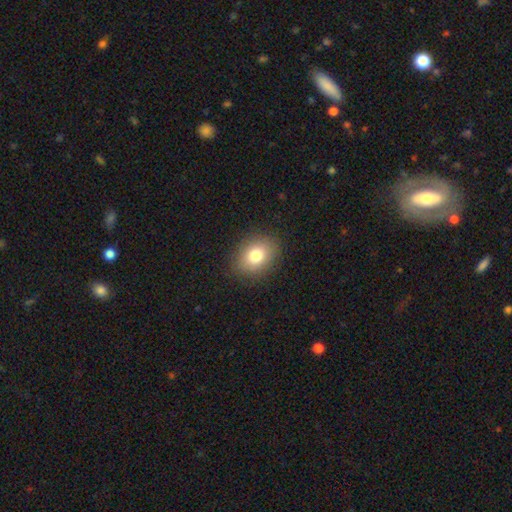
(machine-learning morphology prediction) smooth 79%, featured or disk 11%, star or artifact 10%. Down the decision tree: how rounded — in between (65%); merging — none (87%).